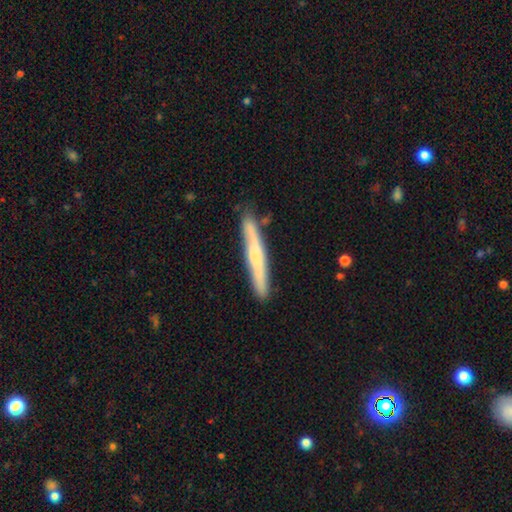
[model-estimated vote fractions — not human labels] Morphology: type=smooth (49%); merging=none (84%).